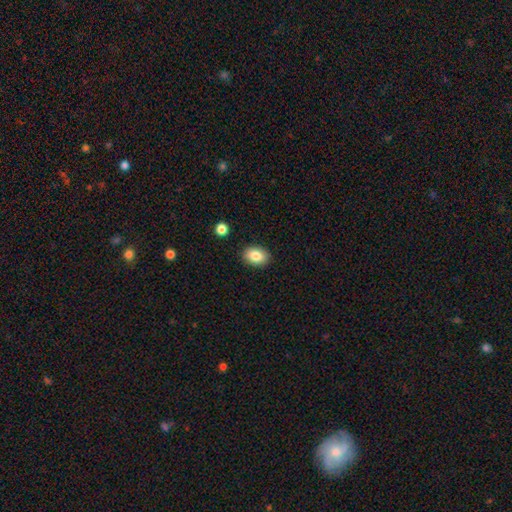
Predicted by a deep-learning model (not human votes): Smooth or featured?
  - smooth: 84% *
  - featured or disk: 8%
  - star or artifact: 8%
How rounded?
  - in between: 79% *
  - round: 20%
  - cigar-shaped: 1%
Merging?
  - none: 88% *
  - minor disturbance: 8%
  - major disturbance: 2%
  - merger: 2%